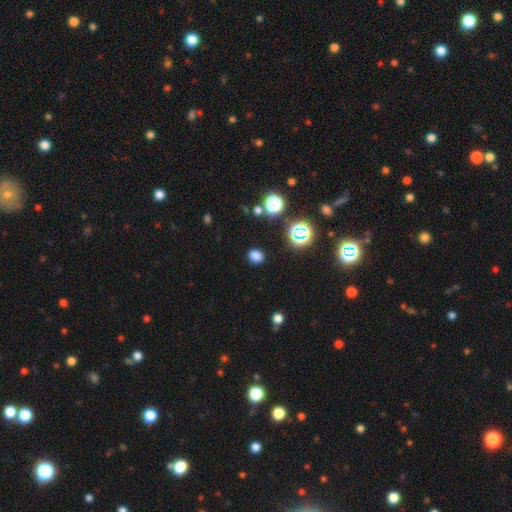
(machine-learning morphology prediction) This appears to be a smooth galaxy with no disk features (76%) that is round (59%). Merging: none (88%).